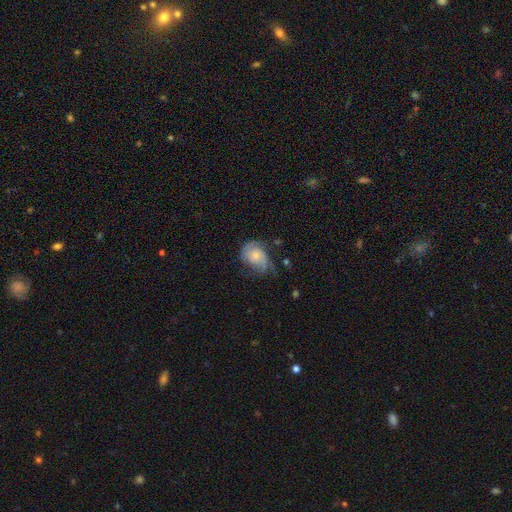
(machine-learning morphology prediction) Smooth or featured? Predicted: featured or disk (p=0.52). Edge-on disk? Predicted: no (p=0.97). Bar? Predicted: no (p=0.78). Spiral arms? Predicted: yes (p=0.82). Bulge size? Predicted: small (p=0.52). Merging? Predicted: none (p=0.40).